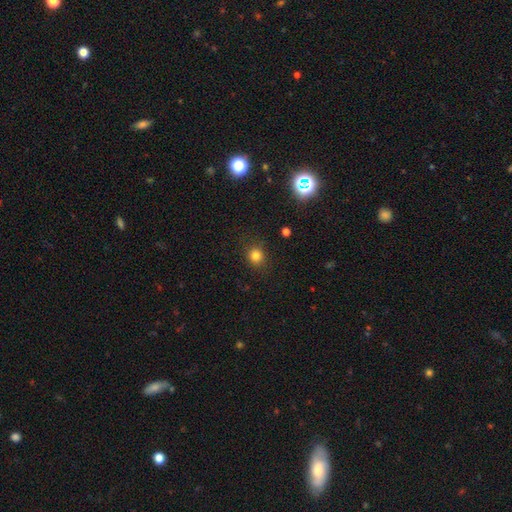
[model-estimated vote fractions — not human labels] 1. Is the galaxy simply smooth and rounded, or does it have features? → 80% smooth, 14% star or artifact, 5% featured or disk.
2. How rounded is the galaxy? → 82% round, 17% in between, 1% cigar-shaped.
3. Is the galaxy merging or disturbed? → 87% none, 9% minor disturbance, 3% major disturbance, 1% merger.